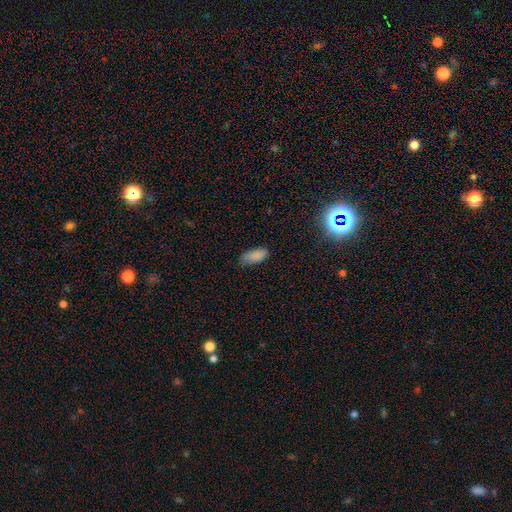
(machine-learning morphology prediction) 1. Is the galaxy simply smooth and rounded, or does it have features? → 86% smooth, 9% star or artifact, 5% featured or disk.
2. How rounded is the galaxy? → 86% in between, 11% cigar-shaped, 2% round.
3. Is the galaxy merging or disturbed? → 63% none, 30% minor disturbance, 6% major disturbance, 2% merger.